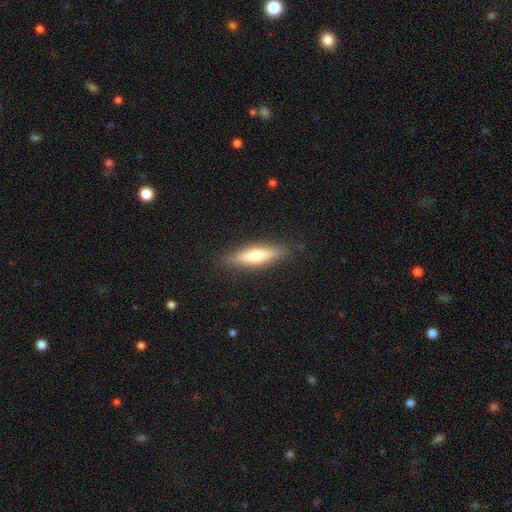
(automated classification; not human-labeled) Smooth or featured? smooth (57%)
How rounded? cigar-shaped (70%)
Merging? none (87%)